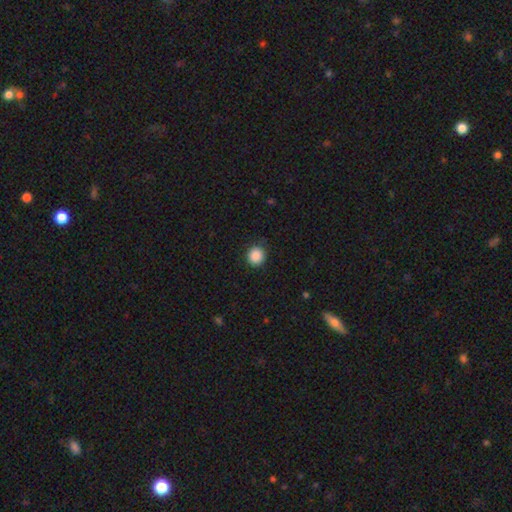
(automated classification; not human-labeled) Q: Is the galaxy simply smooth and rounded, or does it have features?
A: smooth — 88%.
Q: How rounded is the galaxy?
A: round — 92%.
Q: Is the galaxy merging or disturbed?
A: none — 90%.